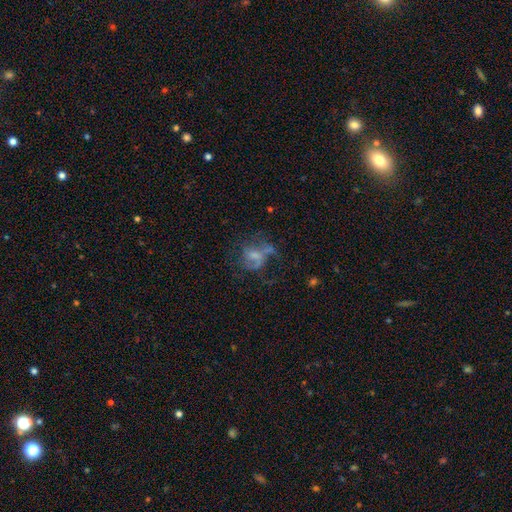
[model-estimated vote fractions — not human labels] smooth-or-featured: featured or disk: 57% | smooth: 27% | star or artifact: 16%
  disk-edge-on: no: 97% | yes: 3%
    bar: no: 63% | weak: 30% | strong: 7%
    has-spiral-arms: yes: 50% (tied) | no: 50% (tied)
    bulge-size: none: 33% | small: 30% | moderate: 29% | large: 6% | dominant: 2%
  merging: major disturbance: 43% | none: 33% | minor disturbance: 16% | merger: 7%